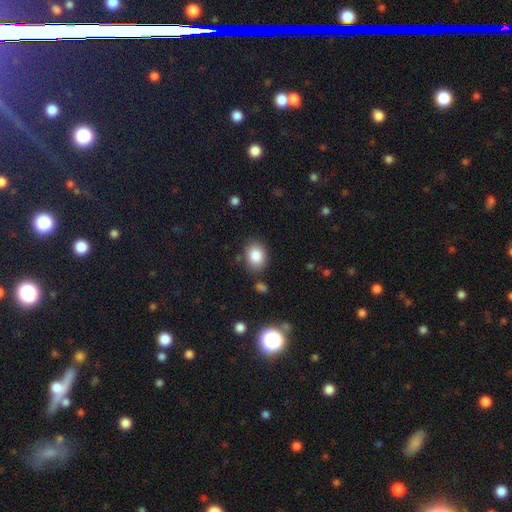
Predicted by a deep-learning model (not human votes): The model was most divided on "how rounded": in between: 58%, round: 41%, cigar-shaped: 1%. More confident: smooth or featured — smooth (85%); merging — none (80%).